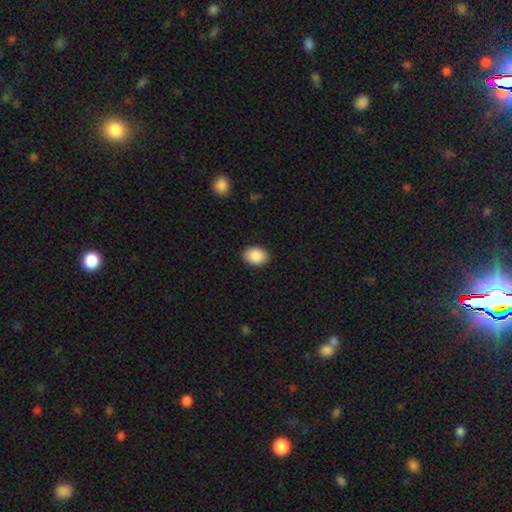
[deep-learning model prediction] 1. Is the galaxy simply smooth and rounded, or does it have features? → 90% smooth, 7% star or artifact, 3% featured or disk.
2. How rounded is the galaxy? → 72% in between, 28% round, 1% cigar-shaped.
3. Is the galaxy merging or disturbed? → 90% none, 8% minor disturbance, 2% major disturbance, 1% merger.